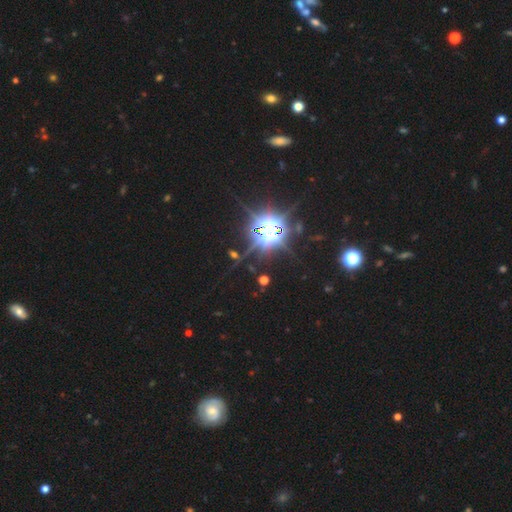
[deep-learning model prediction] This is clearly a star or artifact rather than a galaxy (84%).